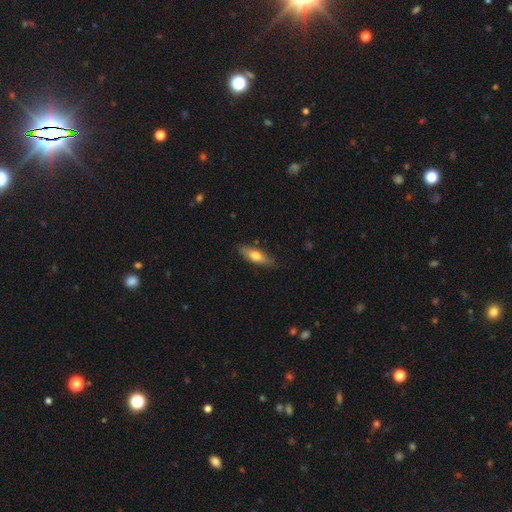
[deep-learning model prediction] Smooth or featured? Predicted: smooth (p=0.66). How rounded? Predicted: in between (p=0.49). Merging? Predicted: none (p=0.80).